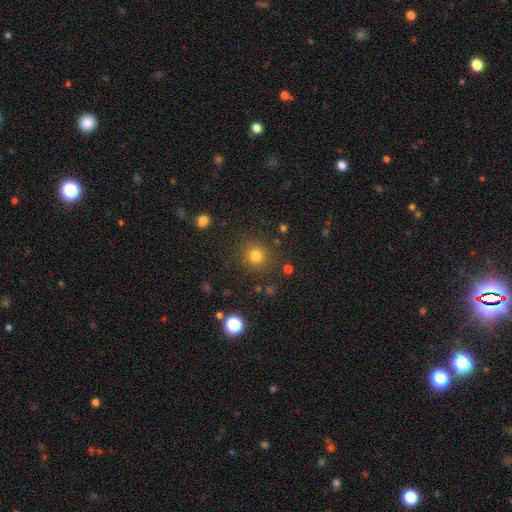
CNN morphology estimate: Smooth or featured?
  - smooth: 78% *
  - star or artifact: 16%
  - featured or disk: 6%
How rounded?
  - round: 92% *
  - in between: 7%
  - cigar-shaped: 1%
Merging?
  - none: 87% *
  - minor disturbance: 7%
  - major disturbance: 3%
  - merger: 2%